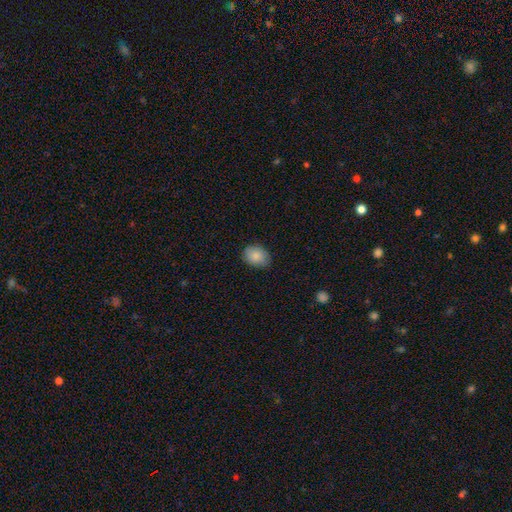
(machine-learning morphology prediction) Smooth or featured: smooth — 88% (star or artifact — 8%)
How rounded: in between — 65% (round — 34%)
Merging: none — 85% (minor disturbance — 12%)